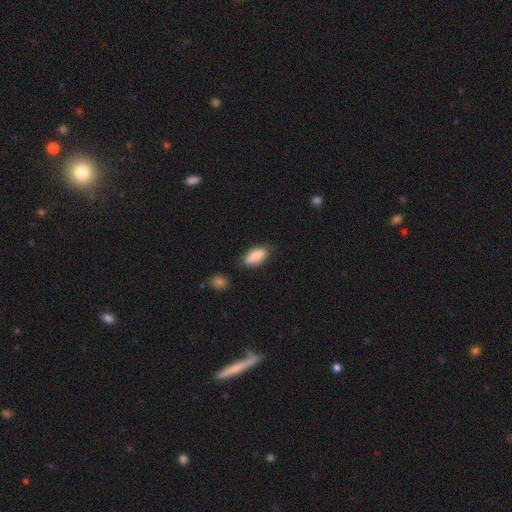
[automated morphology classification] Overall: smooth (85%). How rounded: in between (87%). Merging: none (76%).